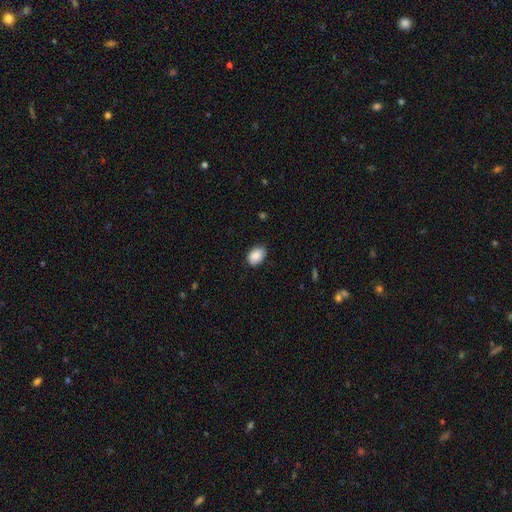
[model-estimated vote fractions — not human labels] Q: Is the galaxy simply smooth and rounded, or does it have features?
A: smooth — 89%.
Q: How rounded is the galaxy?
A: in between — 84%.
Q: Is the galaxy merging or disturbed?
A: none — 82%.